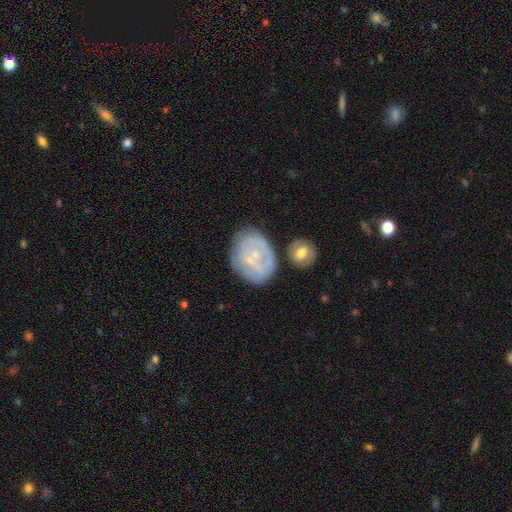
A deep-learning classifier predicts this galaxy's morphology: A featured or disk galaxy (63%) with no bar (66%), spiral arms (58%) and a small central bulge (75%).

Vote fractions:
- Smooth or featured? featured or disk: 63% / smooth: 29% / star or artifact: 8%
- Edge-on disk? no: 96% / yes: 4%
- Bar? no: 66% / weak: 27% / strong: 7%
- Spiral arms? yes: 58% / no: 42%
- Bulge size? small: 75% / moderate: 18% / none: 5% / large: 1% / dominant: 1%
- Merging? none: 60% / minor disturbance: 20% / merger: 12% / major disturbance: 8%